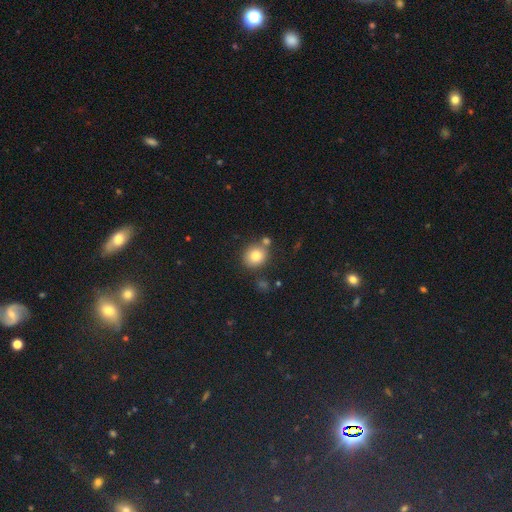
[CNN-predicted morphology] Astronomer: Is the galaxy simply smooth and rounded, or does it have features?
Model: smooth — 83%.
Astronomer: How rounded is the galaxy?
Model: round — 75%.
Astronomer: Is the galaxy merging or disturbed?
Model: none — 73%.